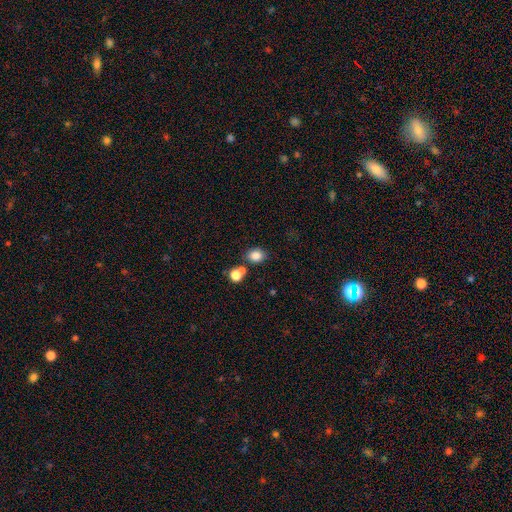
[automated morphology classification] Smooth or featured: smooth — 83% (star or artifact — 11%)
How rounded: in between — 50% (round — 49%)
Merging: none — 72% (merger — 14%)